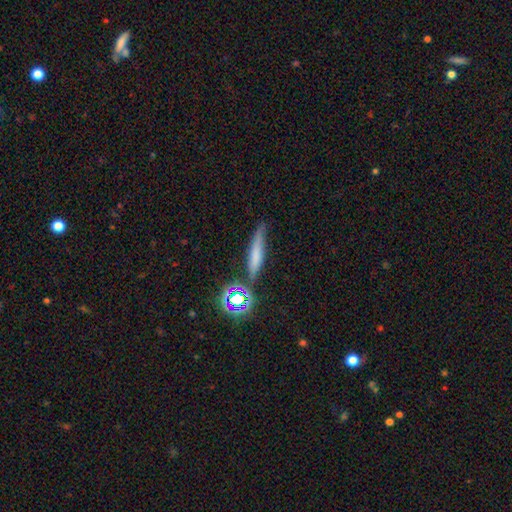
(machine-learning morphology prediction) Q: Smooth or featured?
A: smooth (60%); runner-up: featured or disk (24%)
Q: How rounded?
A: cigar-shaped (81%); runner-up: in between (12%)
Q: Merging?
A: none (71%); runner-up: minor disturbance (15%)